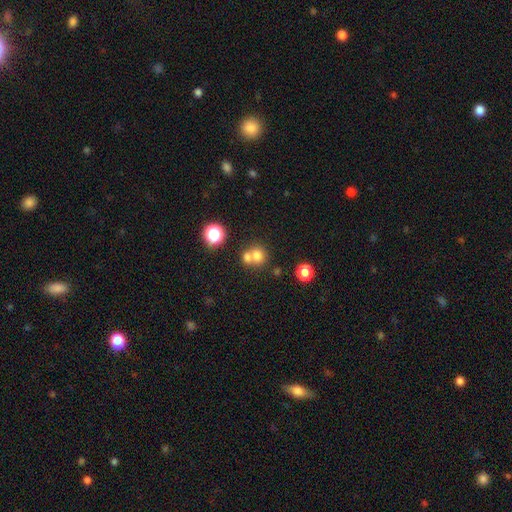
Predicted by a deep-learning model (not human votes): Q: Smooth or featured?
A: smooth (72%); runner-up: star or artifact (16%)
Q: How rounded?
A: round (82%); runner-up: in between (17%)
Q: Merging?
A: merger (49%); runner-up: none (42%)